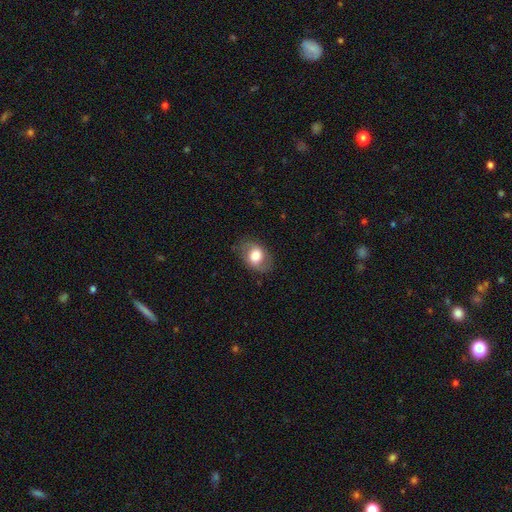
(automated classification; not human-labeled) This is likely a smooth galaxy (67%). How rounded: likely in between (74%). Merging: likely none (75%).